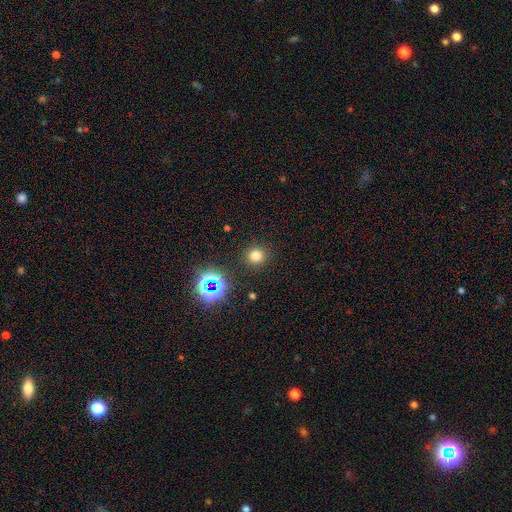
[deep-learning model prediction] Q: Smooth or featured?
A: smooth (73%); runner-up: star or artifact (21%)
Q: How rounded?
A: round (92%); runner-up: in between (7%)
Q: Merging?
A: none (89%); runner-up: minor disturbance (6%)